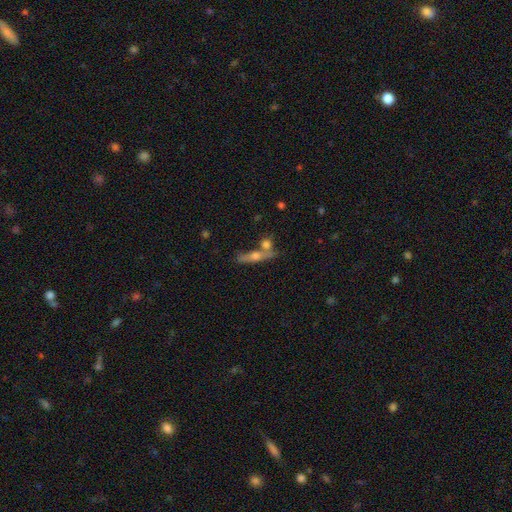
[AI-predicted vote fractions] Smooth or featured?
  - featured or disk: 55% *
  - smooth: 35%
  - star or artifact: 10%
Edge-on disk?
  - yes: 88% *
  - no: 12%
Merging?
  - none: 60% *
  - merger: 25%
  - minor disturbance: 11%
  - major disturbance: 5%